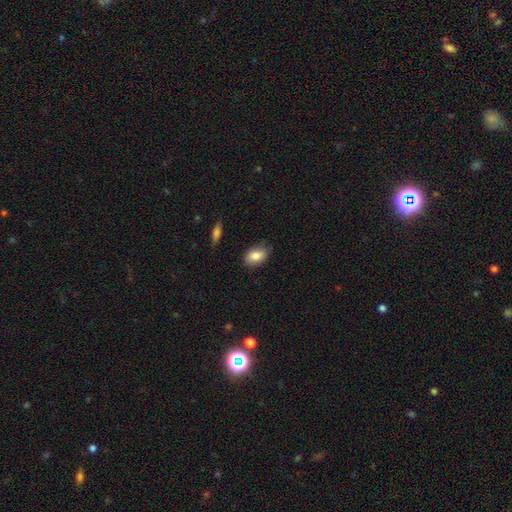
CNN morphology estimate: smooth-or-featured: smooth: 84% | featured or disk: 9% | star or artifact: 7%
  how-rounded: in between: 88% | round: 10% | cigar-shaped: 2%
  merging: none: 75% | minor disturbance: 20% | major disturbance: 3% | merger: 1%